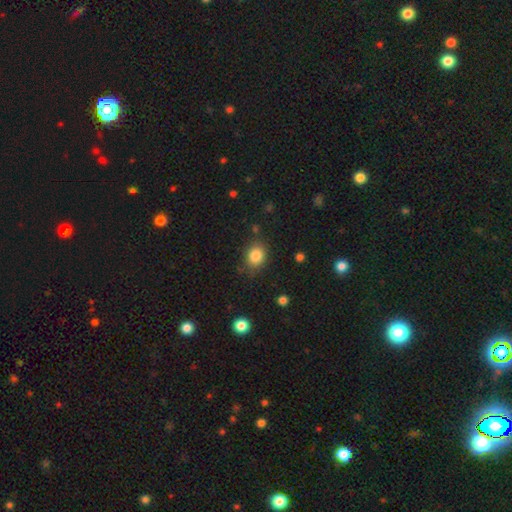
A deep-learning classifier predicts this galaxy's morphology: Smooth or featured?
  - smooth: 84% *
  - star or artifact: 10%
  - featured or disk: 6%
How rounded?
  - round: 55% *
  - in between: 44%
  - cigar-shaped: 1%
Merging?
  - none: 79% *
  - minor disturbance: 15%
  - major disturbance: 4%
  - merger: 3%